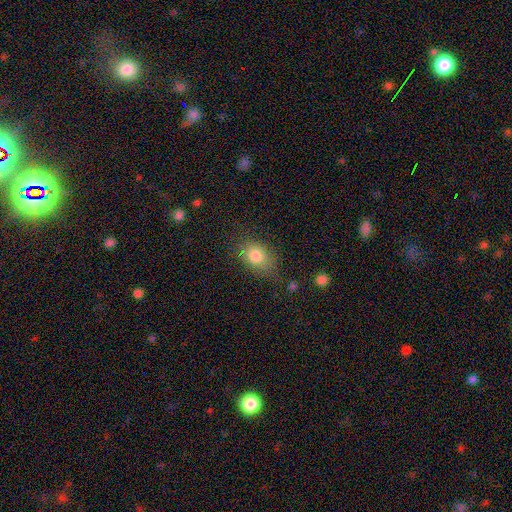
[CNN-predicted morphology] Smooth or featured?
  - smooth: 81% *
  - star or artifact: 10%
  - featured or disk: 9%
How rounded?
  - in between: 61% *
  - round: 37%
  - cigar-shaped: 2%
Merging?
  - none: 67% *
  - minor disturbance: 22%
  - major disturbance: 8%
  - merger: 4%